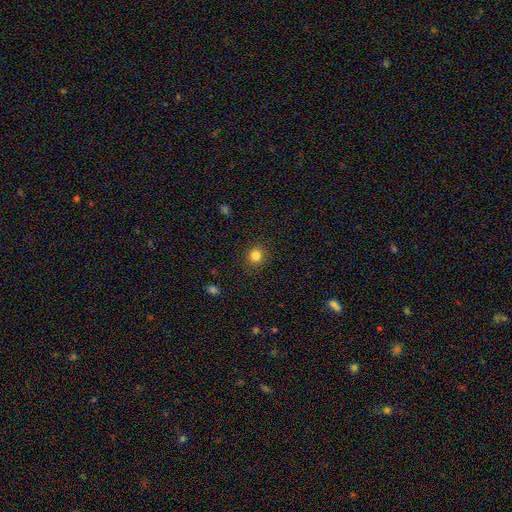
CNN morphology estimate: Overall: smooth (83%). How rounded: round (87%). Merging: none (90%).